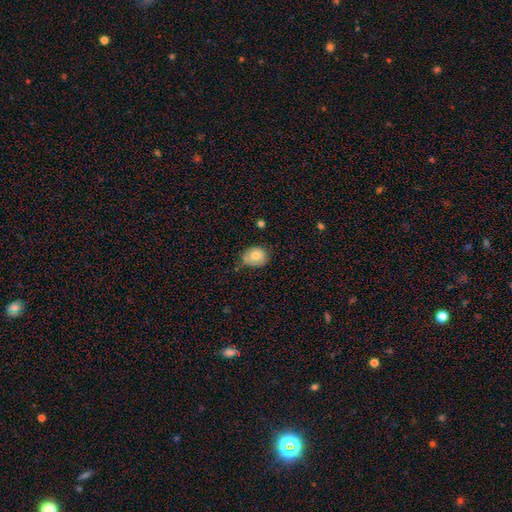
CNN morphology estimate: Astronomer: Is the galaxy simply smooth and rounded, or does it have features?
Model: smooth — 75%.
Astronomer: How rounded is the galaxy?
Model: round — 52% (runner-up: in between, 47%).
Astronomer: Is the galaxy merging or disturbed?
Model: none — 56% (runner-up: minor disturbance, 34%).